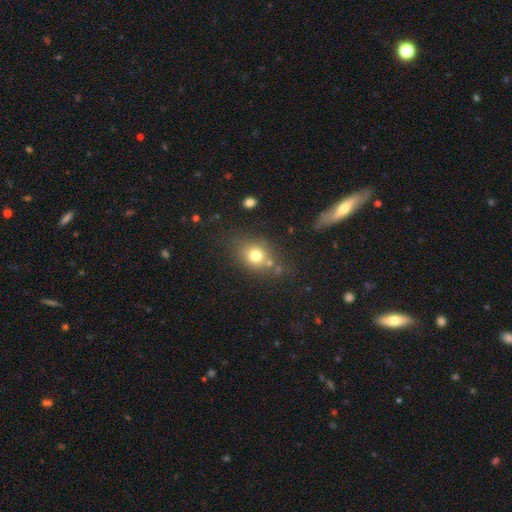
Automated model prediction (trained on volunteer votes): Smooth or featured: smooth — 75% (star or artifact — 13%)
How rounded: round — 59% (in between — 40%)
Merging: none — 68% (minor disturbance — 16%)